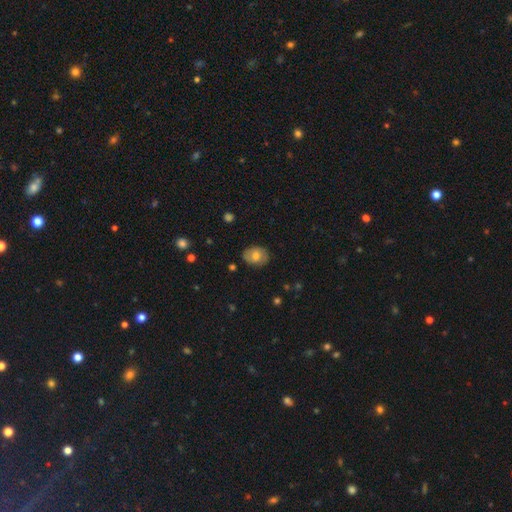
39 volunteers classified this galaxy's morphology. Volunteers were most divided on "how rounded": in between: 70%, round: 30%, cigar-shaped: 0%. More confident: merging — none (97%); smooth or featured — smooth (69%).